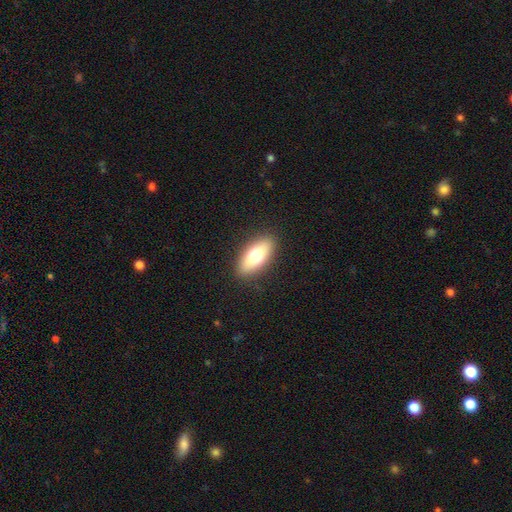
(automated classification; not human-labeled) smooth-or-featured: smooth: 73% | featured or disk: 20% | star or artifact: 7%
  how-rounded: in between: 78% | cigar-shaped: 19% | round: 3%
  merging: none: 89% | minor disturbance: 8% | major disturbance: 2% | merger: 1%